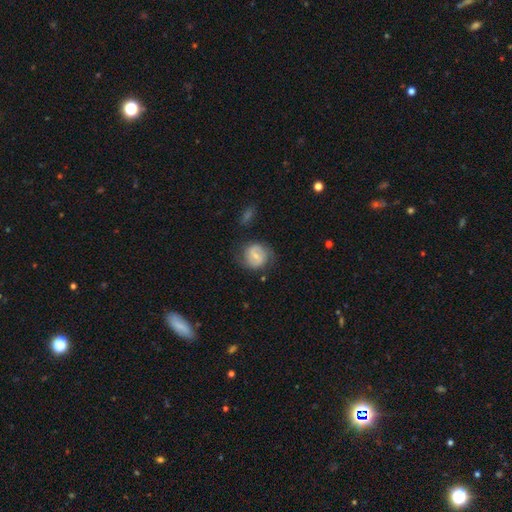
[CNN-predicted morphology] smooth_or_featured: featured or disk (p=0.54) [alt: smooth p=0.39]
disk_edge_on: no (p=0.97) [alt: yes p=0.03]
bar: weak (p=0.49) [alt: no p=0.28]
has_spiral_arms: yes (p=0.74) [alt: no p=0.26]
bulge_size: small (p=0.55) [alt: moderate p=0.38]
merging: none (p=0.66) [alt: minor disturbance p=0.21]